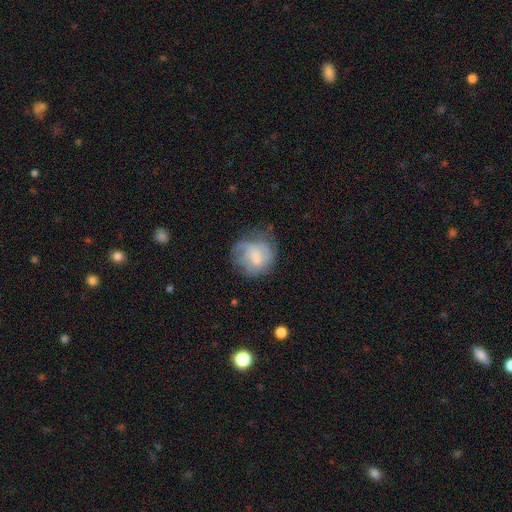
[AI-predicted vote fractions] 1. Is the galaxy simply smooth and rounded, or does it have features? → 47% smooth, 44% featured or disk, 8% star or artifact.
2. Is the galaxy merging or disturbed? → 48% none, 27% minor disturbance, 23% major disturbance, 2% merger.